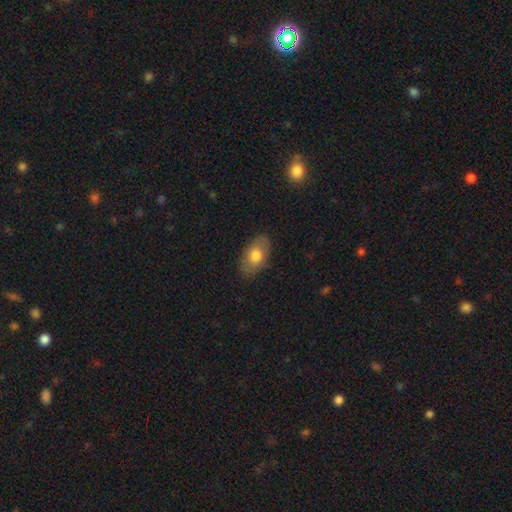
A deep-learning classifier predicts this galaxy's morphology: Q: Smooth or featured?
A: smooth (72%); runner-up: featured or disk (21%)
Q: How rounded?
A: in between (91%); runner-up: round (7%)
Q: Merging?
A: none (82%); runner-up: minor disturbance (14%)